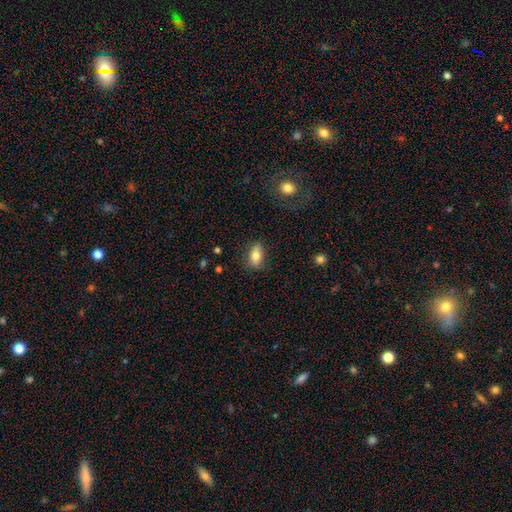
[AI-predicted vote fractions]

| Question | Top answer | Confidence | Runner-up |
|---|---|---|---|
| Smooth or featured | smooth | 75% | featured or disk (17%) |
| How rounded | in between | 85% | cigar-shaped (8%) |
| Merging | none | 80% | minor disturbance (15%) |